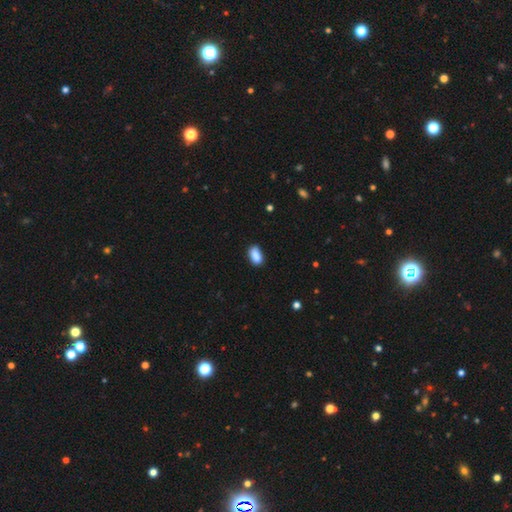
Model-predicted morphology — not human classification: Smooth or featured? smooth (87%)
How rounded? in between (90%)
Merging? none (74%)